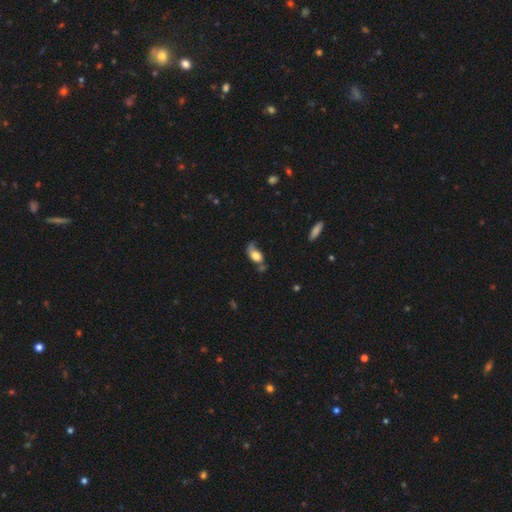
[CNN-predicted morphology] smooth 63%, featured or disk 28%, star or artifact 9%. Down the decision tree: how rounded — in between (80%); merging — major disturbance (30%).